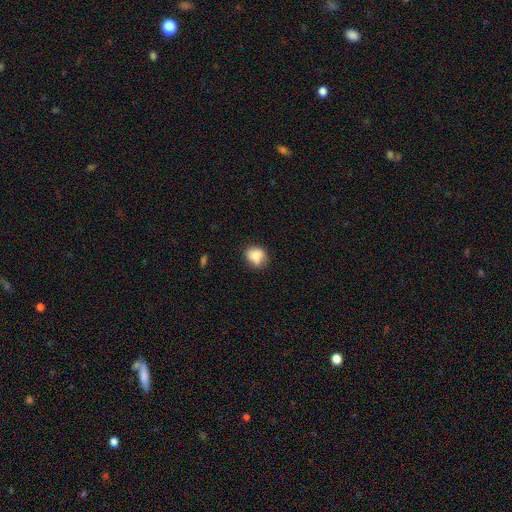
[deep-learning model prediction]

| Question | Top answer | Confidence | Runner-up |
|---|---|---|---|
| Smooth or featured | smooth | 82% | star or artifact (9%) |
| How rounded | round | 67% | in between (32%) |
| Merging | none | 66% | minor disturbance (26%) |